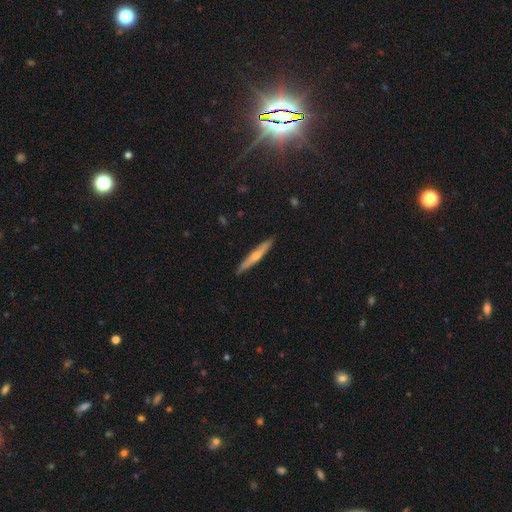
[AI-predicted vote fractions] A featured or disk galaxy (52%) viewed edge-on (94%).

Vote fractions:
- Smooth or featured? featured or disk: 52% / smooth: 42% / star or artifact: 6%
- Edge-on disk? yes: 94% / no: 6%
- Merging? none: 90% / minor disturbance: 7% / major disturbance: 1% / merger: 1%